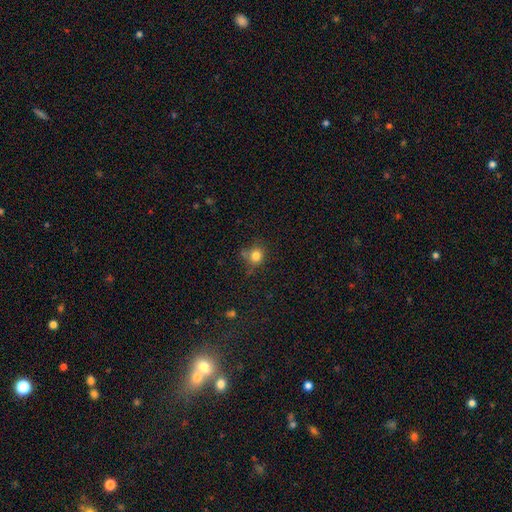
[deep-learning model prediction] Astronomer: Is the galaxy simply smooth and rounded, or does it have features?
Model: smooth — 80%.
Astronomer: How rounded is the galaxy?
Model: round — 85%.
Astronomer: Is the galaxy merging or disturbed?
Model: none — 66%.